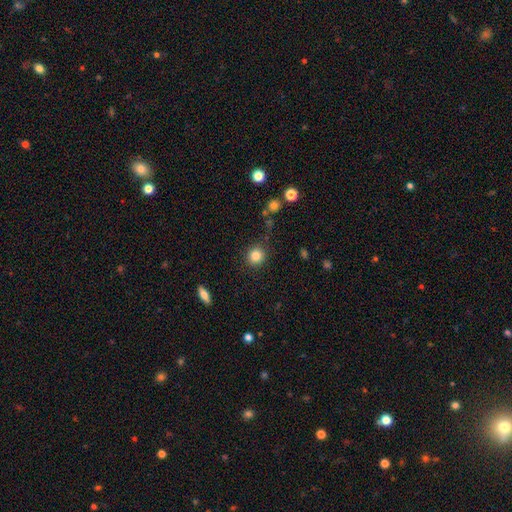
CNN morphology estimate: Smooth or featured?
  - smooth: 84% *
  - star or artifact: 10%
  - featured or disk: 5%
How rounded?
  - round: 89% *
  - in between: 10%
  - cigar-shaped: 1%
Merging?
  - none: 85% *
  - minor disturbance: 9%
  - major disturbance: 3%
  - merger: 2%